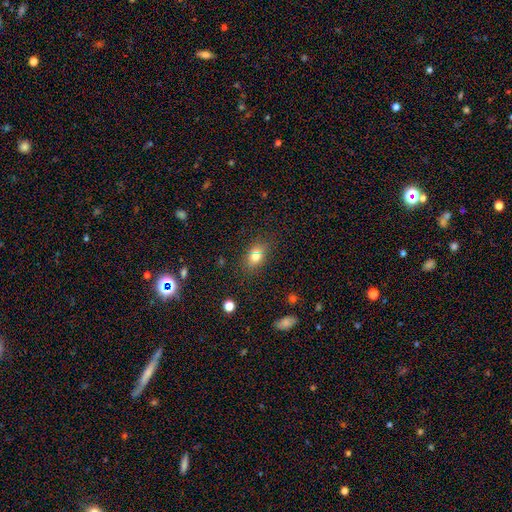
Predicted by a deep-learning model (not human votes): Q: Smooth or featured?
A: smooth (75%); runner-up: star or artifact (13%)
Q: How rounded?
A: in between (75%); runner-up: round (21%)
Q: Merging?
A: none (81%); runner-up: minor disturbance (13%)